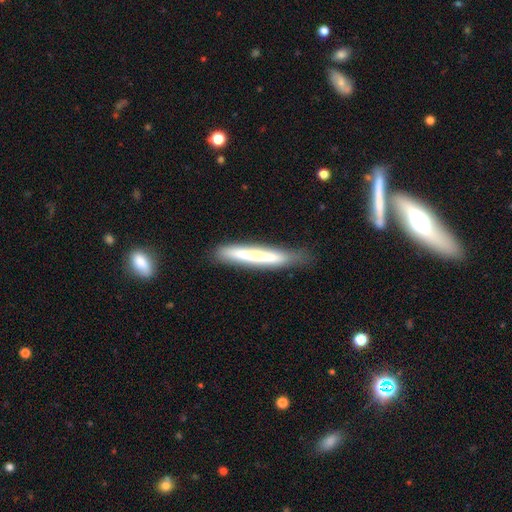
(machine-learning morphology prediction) Smooth or featured?
  - smooth: 58% *
  - featured or disk: 36%
  - star or artifact: 6%
How rounded?
  - cigar-shaped: 94% *
  - in between: 5%
  - round: 1%
Merging?
  - none: 73% *
  - minor disturbance: 19%
  - major disturbance: 5%
  - merger: 3%